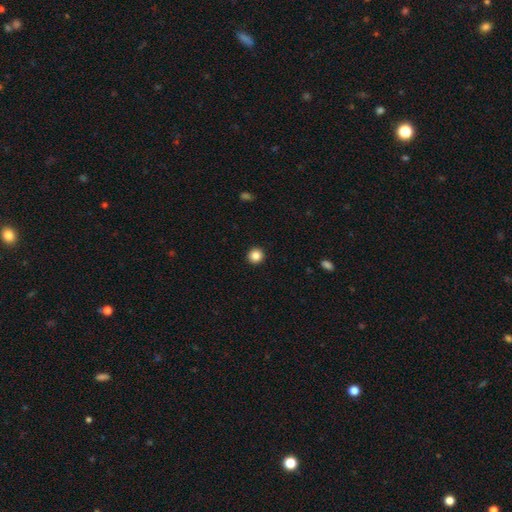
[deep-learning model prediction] Smooth or featured?
  - smooth: 85% *
  - star or artifact: 10%
  - featured or disk: 4%
How rounded?
  - round: 94% *
  - in between: 5%
  - cigar-shaped: 1%
Merging?
  - none: 93% *
  - minor disturbance: 4%
  - major disturbance: 1%
  - merger: 1%